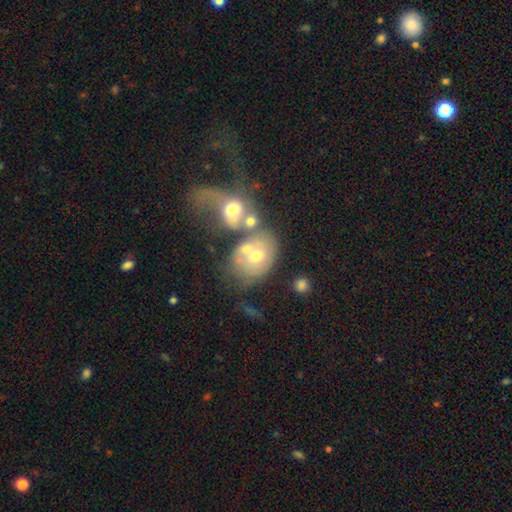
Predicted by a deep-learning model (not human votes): This appears to be a smooth galaxy with no disk features (45%). Merging: merger (59%).